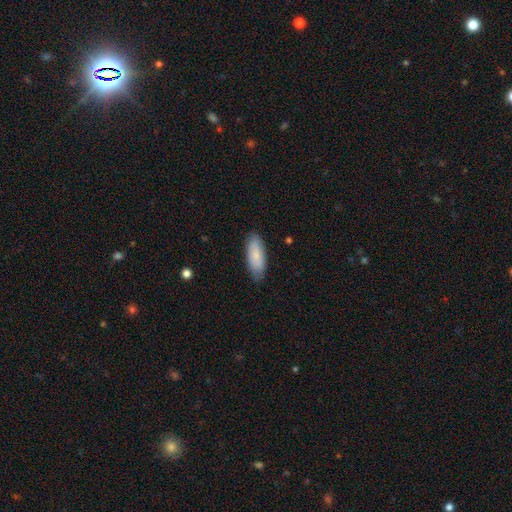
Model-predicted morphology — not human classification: smooth_or_featured: smooth (p=0.82) [alt: featured or disk p=0.12]
how_rounded: in between (p=0.75) [alt: cigar-shaped p=0.23]
merging: none (p=0.81) [alt: minor disturbance p=0.15]